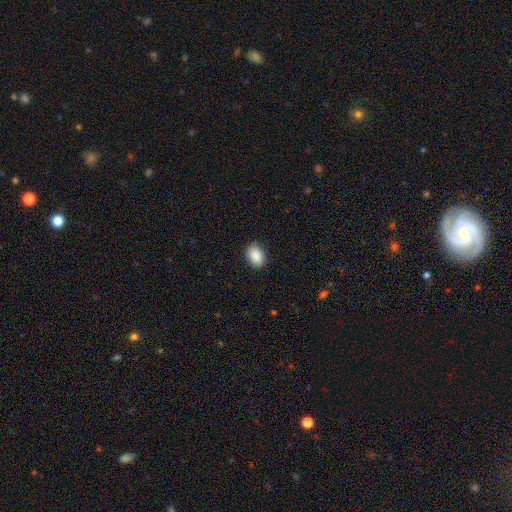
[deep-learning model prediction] Overall: smooth (90%). How rounded: in between (84%). Merging: none (85%).